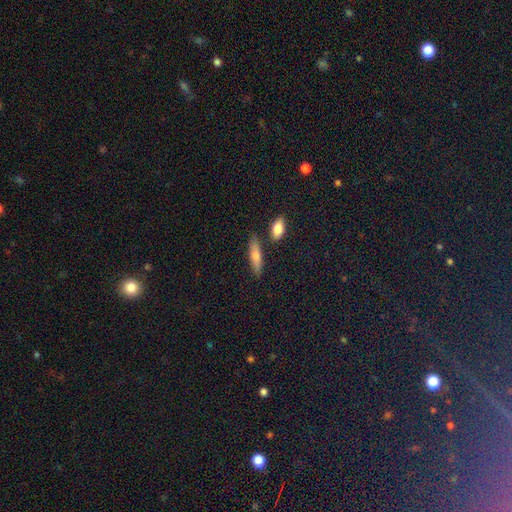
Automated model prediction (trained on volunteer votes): Smooth or featured?
  - smooth: 71% *
  - featured or disk: 22%
  - star or artifact: 7%
How rounded?
  - cigar-shaped: 68% *
  - in between: 30%
  - round: 3%
Merging?
  - none: 80% *
  - minor disturbance: 11%
  - merger: 7%
  - major disturbance: 3%